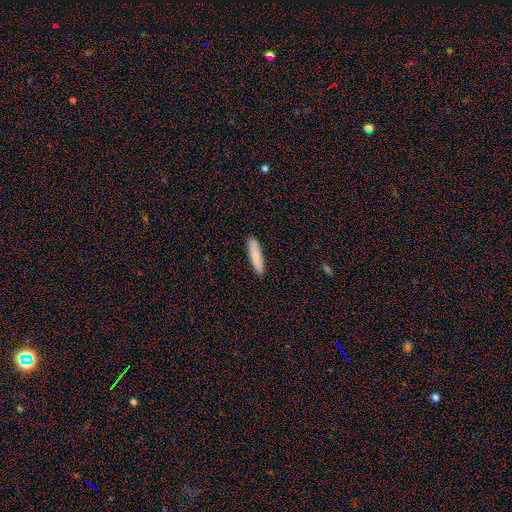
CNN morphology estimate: smooth_or_featured: smooth (p=0.86) [alt: featured or disk p=0.08]
how_rounded: cigar-shaped (p=0.86) [alt: in between p=0.12]
merging: none (p=0.90) [alt: minor disturbance p=0.07]